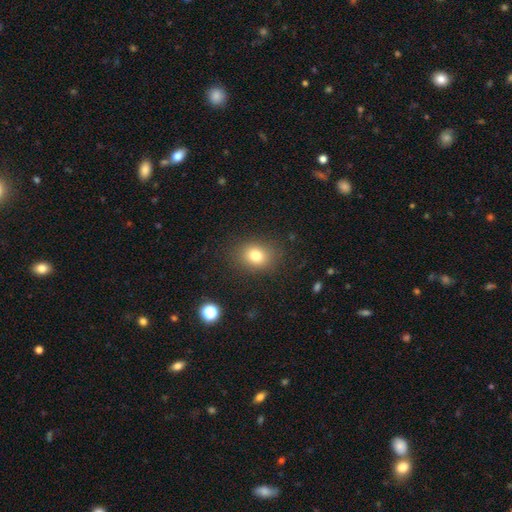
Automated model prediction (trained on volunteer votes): Smooth or featured? Predicted: smooth (p=0.79). How rounded? Predicted: round (p=0.55). Merging? Predicted: none (p=0.85).